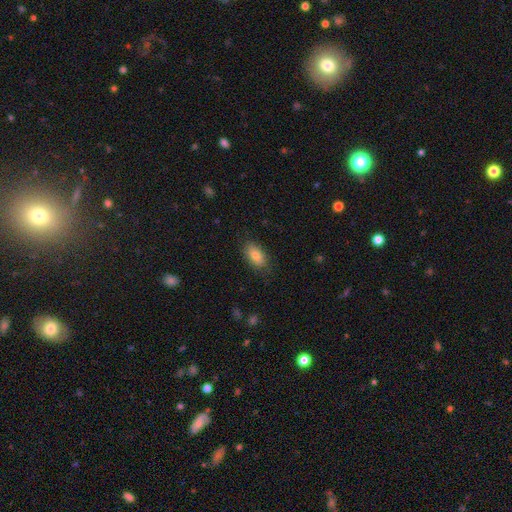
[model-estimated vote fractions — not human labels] Smooth or featured? smooth (79%)
How rounded? in between (90%)
Merging? none (83%)